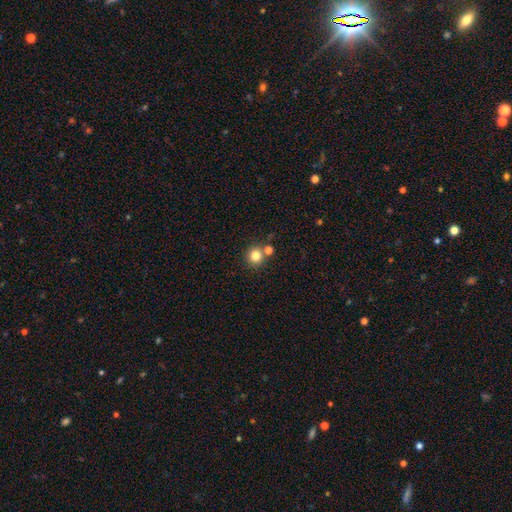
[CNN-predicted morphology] A smooth galaxy with no disk features (81%) that is round (92%).

Vote fractions:
- Smooth or featured? smooth: 81% / star or artifact: 12% / featured or disk: 7%
- How rounded? round: 92% / in between: 7% / cigar-shaped: 1%
- Merging? none: 72% / merger: 18% / minor disturbance: 7% / major disturbance: 3%